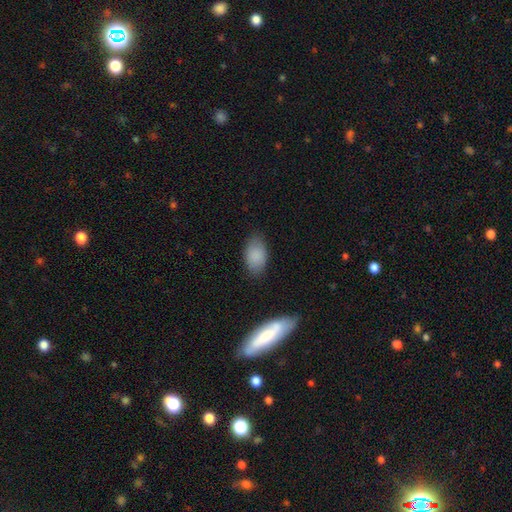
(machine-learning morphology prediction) smooth 87%, star or artifact 7%, featured or disk 6%. Down the decision tree: how rounded — in between (92%); merging — none (81%).